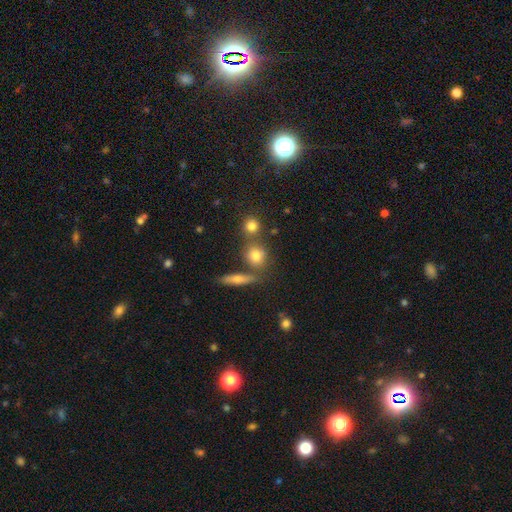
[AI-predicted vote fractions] The model was most divided on "merging": none: 66%, merger: 20%, minor disturbance: 10%, major disturbance: 4%. More confident: smooth or featured — smooth (75%); how rounded — round (74%).